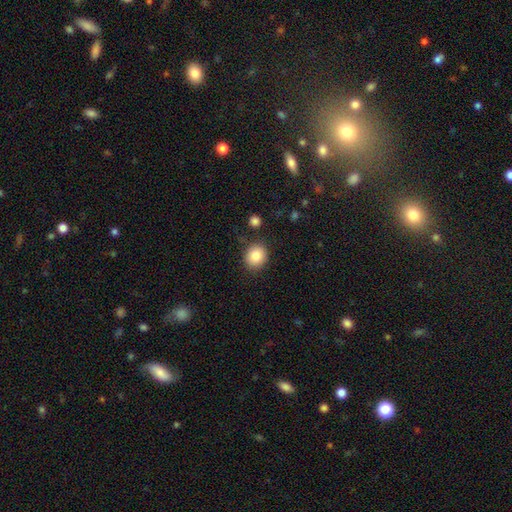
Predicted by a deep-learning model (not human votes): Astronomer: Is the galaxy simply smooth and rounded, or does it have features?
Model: smooth — 85%.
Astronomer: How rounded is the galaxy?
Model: round — 76%.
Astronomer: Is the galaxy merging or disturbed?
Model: none — 86%.